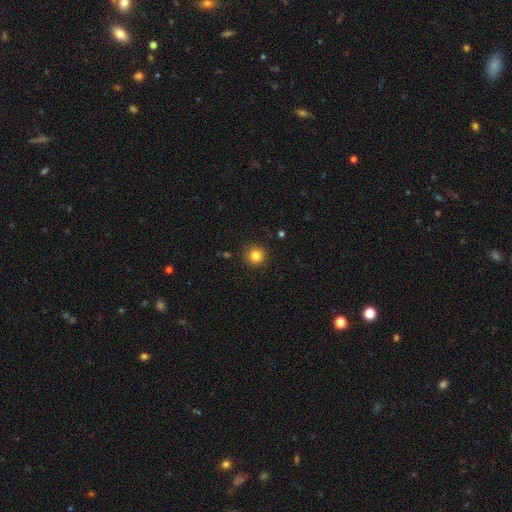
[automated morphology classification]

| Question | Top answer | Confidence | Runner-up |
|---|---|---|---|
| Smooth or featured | smooth | 83% | star or artifact (12%) |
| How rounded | round | 94% | in between (5%) |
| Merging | none | 91% | minor disturbance (6%) |